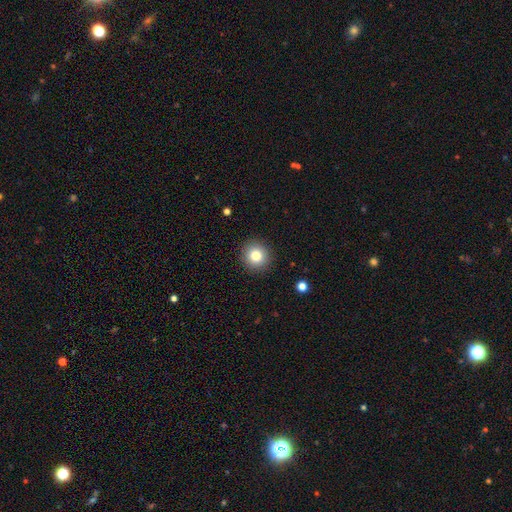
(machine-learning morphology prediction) smooth 82%, star or artifact 10%, featured or disk 7%. Down the decision tree: how rounded — round (92%); merging — none (91%).